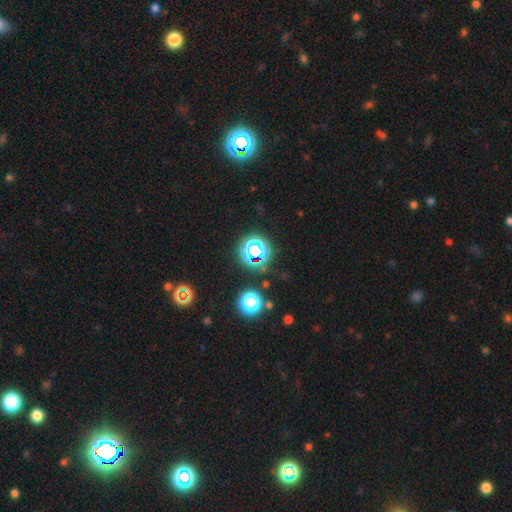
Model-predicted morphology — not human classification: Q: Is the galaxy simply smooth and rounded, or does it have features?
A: star or artifact — 68%.